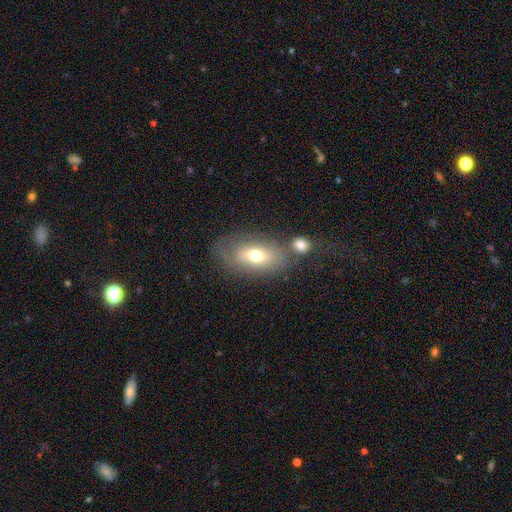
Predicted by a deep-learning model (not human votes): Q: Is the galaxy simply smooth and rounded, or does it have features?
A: smooth — 62%.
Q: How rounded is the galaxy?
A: in between — 86%.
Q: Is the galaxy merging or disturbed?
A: none — 51%.